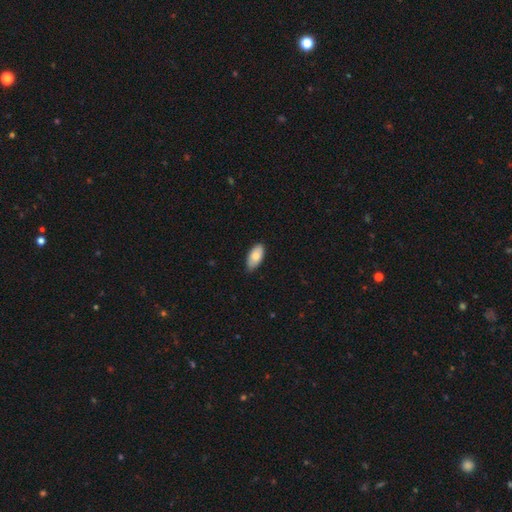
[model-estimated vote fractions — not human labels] Smooth or featured? smooth (80%)
How rounded? in between (92%)
Merging? none (83%)